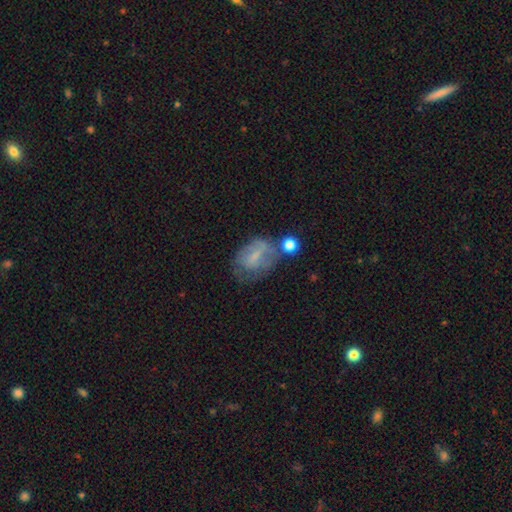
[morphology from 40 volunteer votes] Smooth or featured?
  - featured or disk: 52% *
  - smooth: 35%
  - star or artifact: 12%
Edge-on disk?
  - no: 100% *
  - yes: 0%
Bar?
  - weak: 52% *
  - strong: 29%
  - no: 19%
Spiral arms?
  - yes: 52% *
  - no: 48%
Spiral winding?
  - tight: 45% *
  - medium: 27%
  - loose: 27%
Spiral arm count?
  - 2: 73% *
  - can't tell: 18%
  - 1: 9%
  - 3: 0%
  - 4: 0%
  - more than 4: 0%
Bulge size?
  - small: 38% *
  - none: 33%
  - moderate: 29%
  - dominant: 0%
  - large: 0%
Merging?
  - none: 43% *
  - minor disturbance: 37%
  - major disturbance: 17%
  - merger: 3%